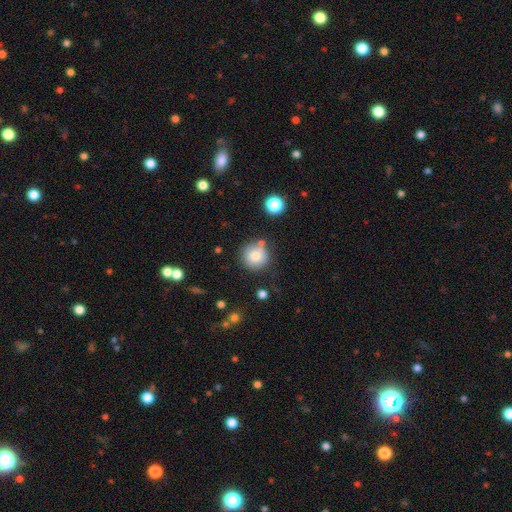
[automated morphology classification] This appears to be a smooth galaxy with no disk features (79%) that is round (94%). Merging: none (75%).